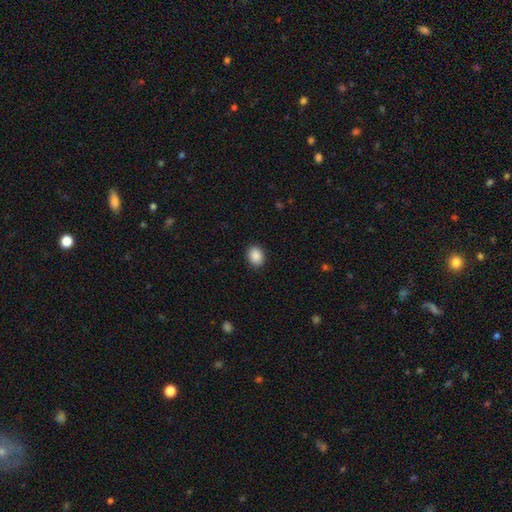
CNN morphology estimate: type=smooth (90%); roundness=in between (65%); merging=none (90%).